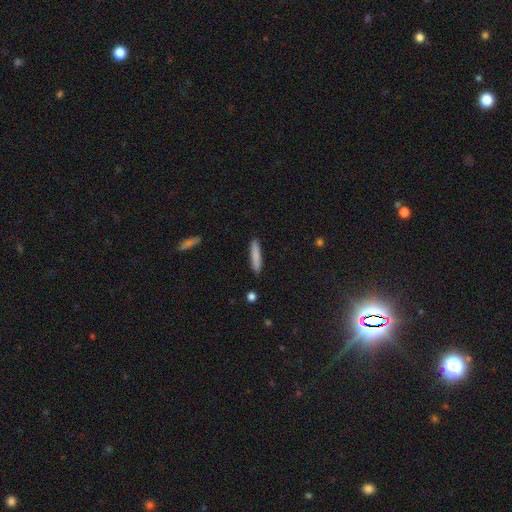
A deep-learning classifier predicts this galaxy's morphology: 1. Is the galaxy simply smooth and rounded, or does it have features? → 82% smooth, 12% featured or disk, 6% star or artifact.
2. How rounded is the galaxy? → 89% cigar-shaped, 10% in between, 1% round.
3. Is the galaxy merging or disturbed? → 89% none, 7% minor disturbance, 2% major disturbance, 2% merger.